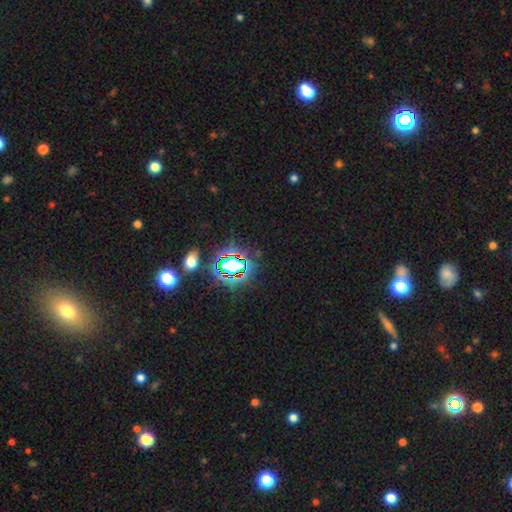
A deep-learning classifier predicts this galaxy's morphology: star or artifact 78%, smooth 13%, featured or disk 8%.